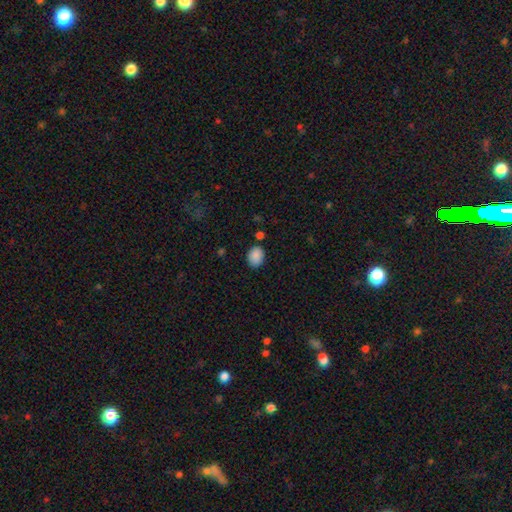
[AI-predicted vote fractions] The model was most divided on "how rounded": in between: 64%, round: 35%, cigar-shaped: 1%. More confident: smooth or featured — smooth (88%); merging — none (79%).